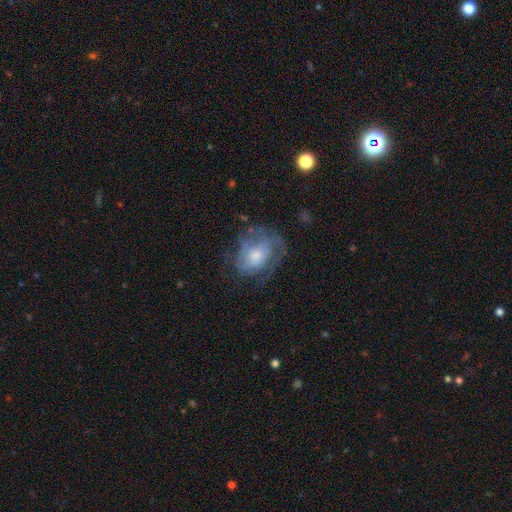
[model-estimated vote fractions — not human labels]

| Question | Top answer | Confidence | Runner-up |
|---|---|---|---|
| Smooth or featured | featured or disk | 61% | smooth (30%) |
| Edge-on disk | no | 96% | yes (4%) |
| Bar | no | 75% | weak (21%) |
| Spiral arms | yes | 70% | no (30%) |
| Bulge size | moderate | 44% | small (42%) |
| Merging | none | 54% | minor disturbance (23%) |